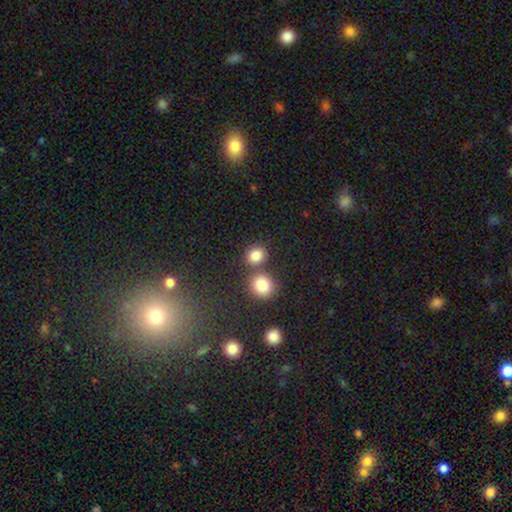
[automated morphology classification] smooth 83%, star or artifact 12%, featured or disk 6%. Down the decision tree: how rounded — round (70%); merging — none (64%).